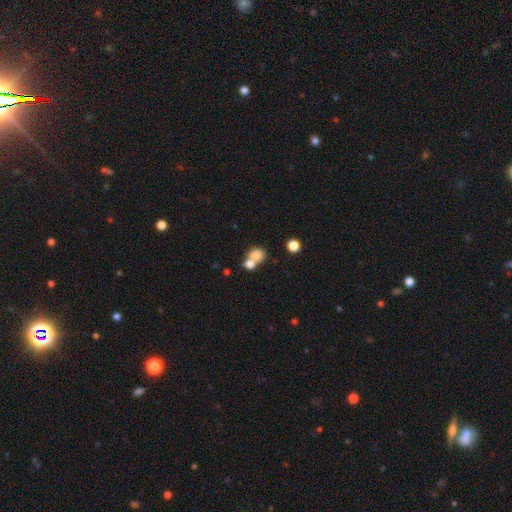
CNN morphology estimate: Smooth or featured? smooth (79%)
How rounded? round (63%)
Merging? merger (53%)